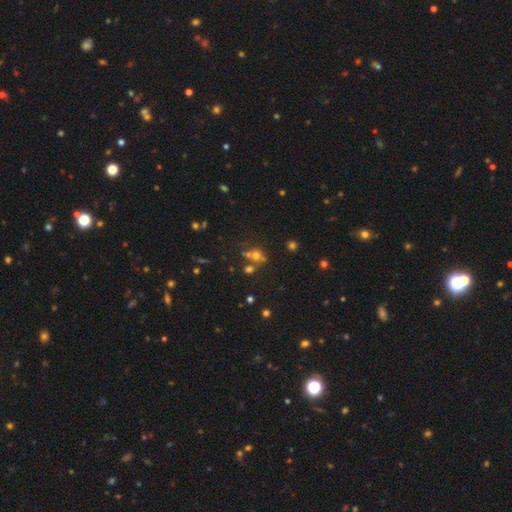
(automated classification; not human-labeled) The model was most divided on "merging": none: 49%, merger: 34%, minor disturbance: 11%, major disturbance: 6%. More confident: how rounded — round (76%); smooth or featured — smooth (54%).